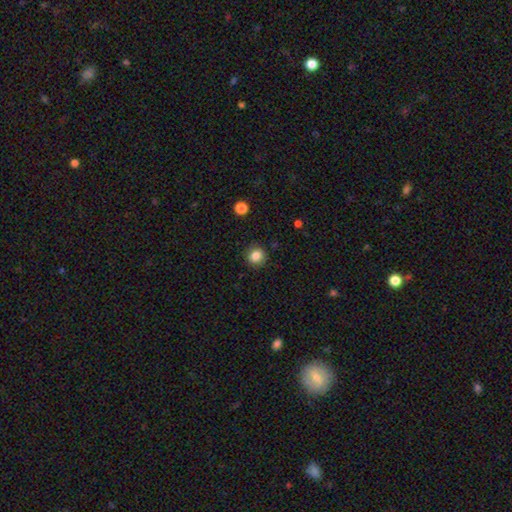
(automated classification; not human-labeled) smooth-or-featured: smooth: 84% | star or artifact: 11% | featured or disk: 5%
  how-rounded: round: 87% | in between: 12% | cigar-shaped: 1%
  merging: none: 89% | minor disturbance: 8% | major disturbance: 2% | merger: 1%